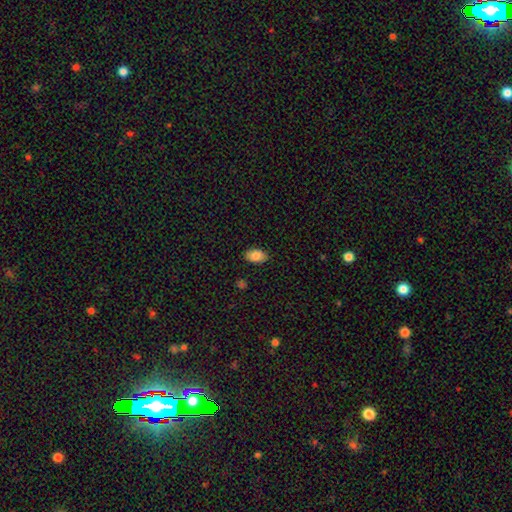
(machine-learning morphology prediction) Smooth or featured? smooth (86%)
How rounded? in between (91%)
Merging? none (86%)